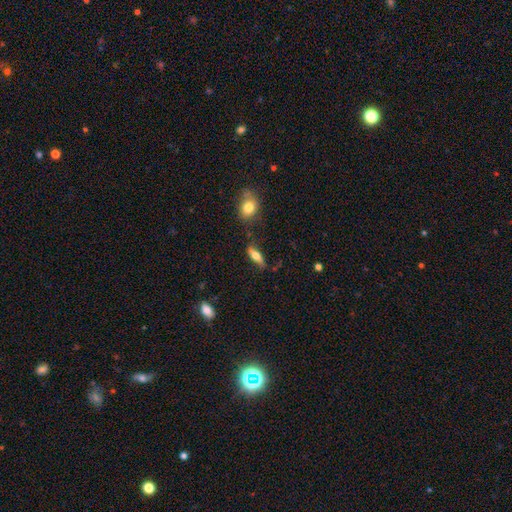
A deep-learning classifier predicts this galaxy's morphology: A smooth galaxy with no disk features (60%) that is in between round and cigar-shaped (55%).

Vote fractions:
- Smooth or featured? smooth: 60% / featured or disk: 32% / star or artifact: 7%
- How rounded? in between: 55% / cigar-shaped: 41% / round: 3%
- Merging? none: 69% / minor disturbance: 20% / major disturbance: 6% / merger: 5%